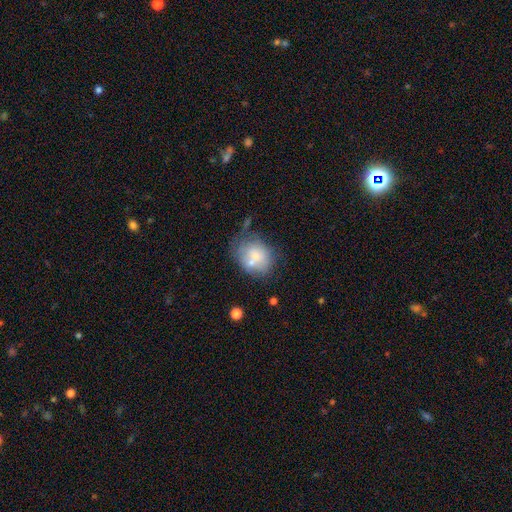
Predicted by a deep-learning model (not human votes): smooth 66%, featured or disk 25%, star or artifact 9%. Down the decision tree: how rounded — round (51%); merging — none (42%).